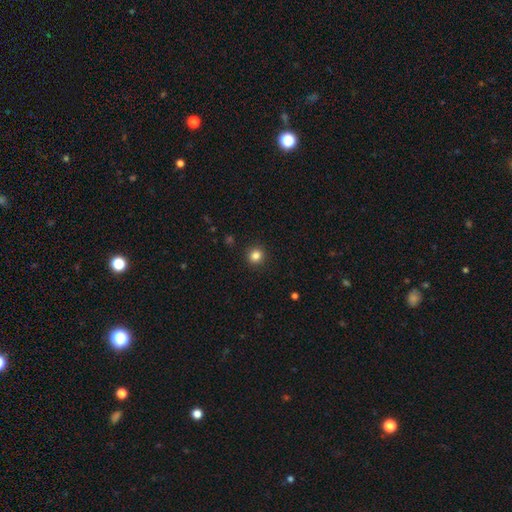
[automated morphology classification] Overall: smooth (83%). How rounded: round (92%). Merging: none (92%).